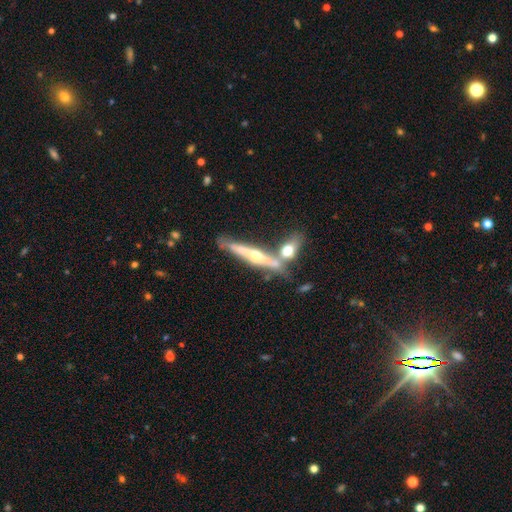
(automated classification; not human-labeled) A featured or disk galaxy (75%) viewed edge-on (94%) with a rounded central bulge (89%).

Vote fractions:
- Smooth or featured? featured or disk: 75% / smooth: 19% / star or artifact: 6%
- Edge-on disk? yes: 94% / no: 6%
- Edge-on bulge? rounded: 89% / none: 7% / boxy: 3%
- Merging? none: 62% / merger: 23% / minor disturbance: 12% / major disturbance: 3%